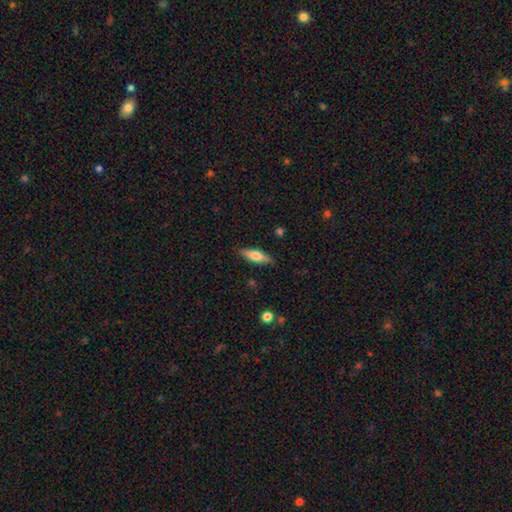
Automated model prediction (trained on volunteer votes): Smooth or featured: smooth — 57% (featured or disk — 37%)
How rounded: cigar-shaped — 56% (in between — 42%)
Merging: none — 86% (minor disturbance — 10%)